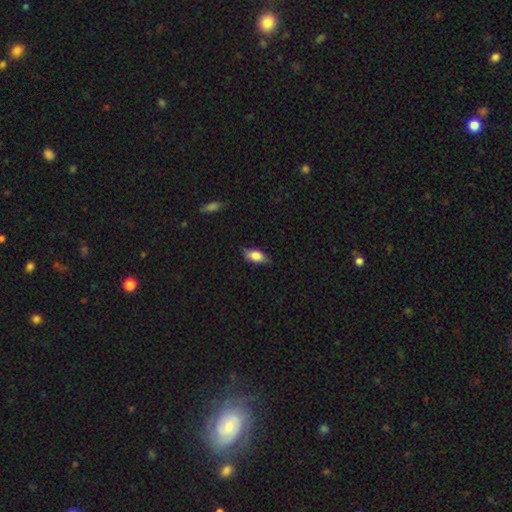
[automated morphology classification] Q: Smooth or featured?
A: smooth (79%); runner-up: featured or disk (14%)
Q: How rounded?
A: in between (86%); runner-up: cigar-shaped (9%)
Q: Merging?
A: none (81%); runner-up: minor disturbance (16%)